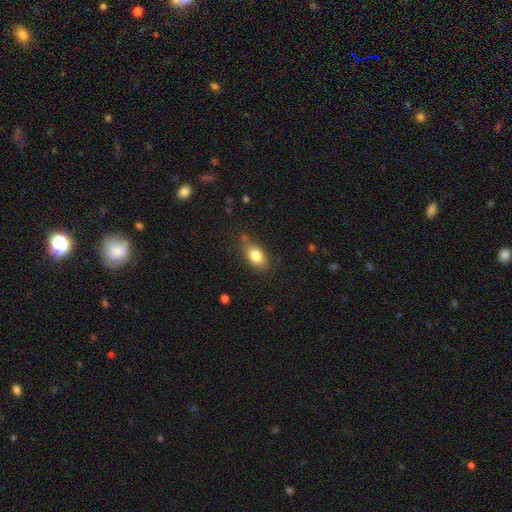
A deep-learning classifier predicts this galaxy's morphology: Smooth or featured? smooth (79%)
How rounded? in between (85%)
Merging? none (68%)